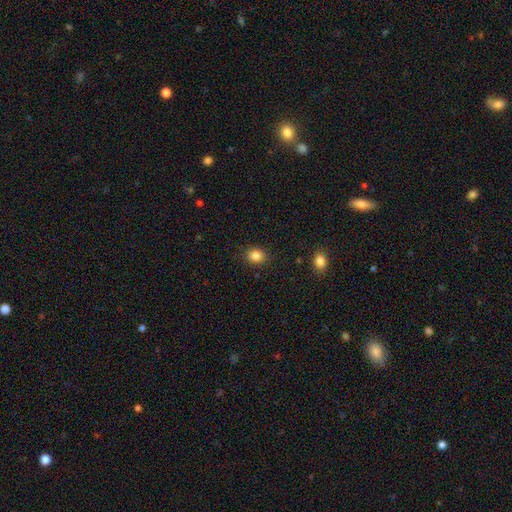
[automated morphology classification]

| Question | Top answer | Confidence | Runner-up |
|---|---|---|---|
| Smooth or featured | smooth | 85% | star or artifact (11%) |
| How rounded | round | 60% | in between (39%) |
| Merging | none | 88% | minor disturbance (9%) |